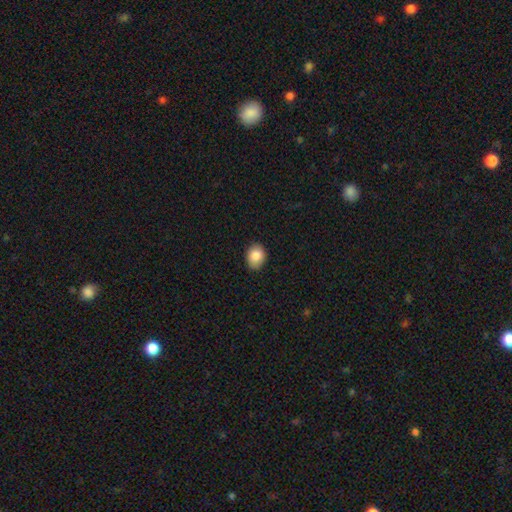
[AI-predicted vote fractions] A smooth galaxy with no disk features (86%) that is in between round and cigar-shaped (58%). Merging: none (87%).